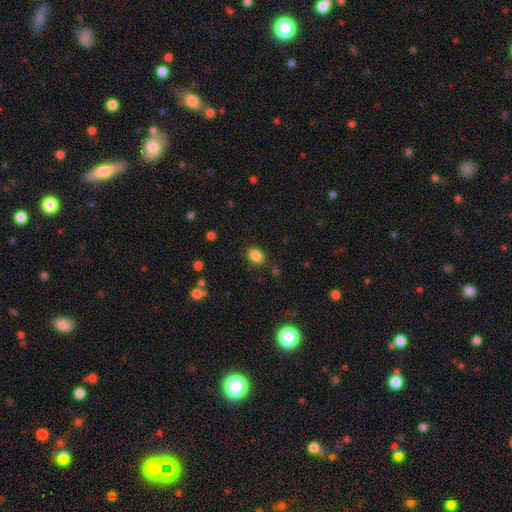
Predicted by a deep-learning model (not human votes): This appears to be a smooth galaxy with no disk features (85%) that is in between round and cigar-shaped (59%). Merging: none (84%).